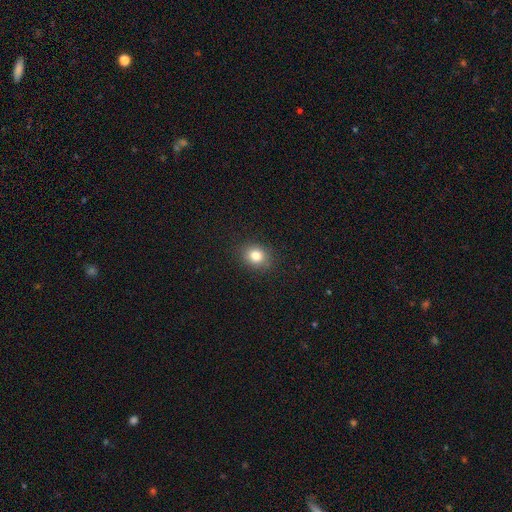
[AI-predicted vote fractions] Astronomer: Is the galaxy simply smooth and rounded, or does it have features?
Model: smooth — 82%.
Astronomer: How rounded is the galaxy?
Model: round — 67%.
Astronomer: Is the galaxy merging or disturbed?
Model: none — 89%.